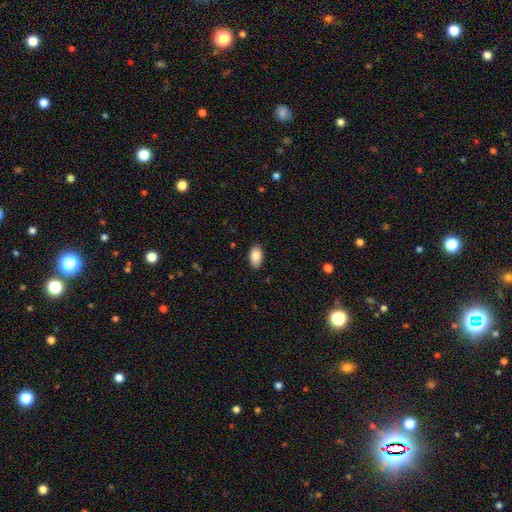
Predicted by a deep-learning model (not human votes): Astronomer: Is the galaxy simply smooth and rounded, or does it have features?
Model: smooth — 86%.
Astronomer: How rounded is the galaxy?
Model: in between — 92%.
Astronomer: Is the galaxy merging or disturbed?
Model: none — 87%.